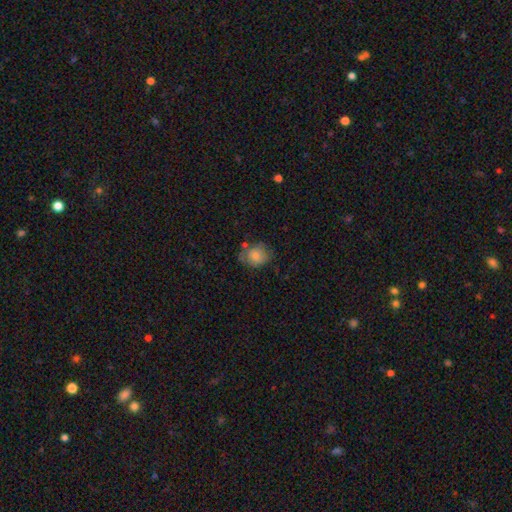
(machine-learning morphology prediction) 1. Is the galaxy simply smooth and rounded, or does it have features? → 78% smooth, 14% featured or disk, 8% star or artifact.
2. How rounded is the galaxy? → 58% round, 41% in between, 1% cigar-shaped.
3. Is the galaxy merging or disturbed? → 57% none, 27% minor disturbance, 10% major disturbance, 7% merger.